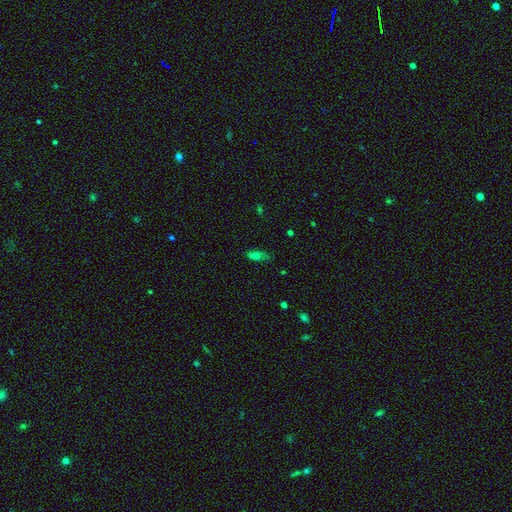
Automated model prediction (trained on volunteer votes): Morphology: type=smooth (65%); roundness=in between (71%); merging=none (69%).